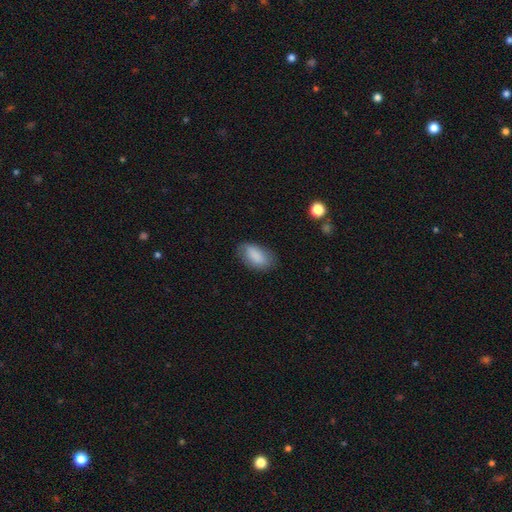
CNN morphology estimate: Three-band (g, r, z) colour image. It shows a smooth galaxy with no disk features (85%) that is in between round and cigar-shaped (92%). Merging: none (72%).